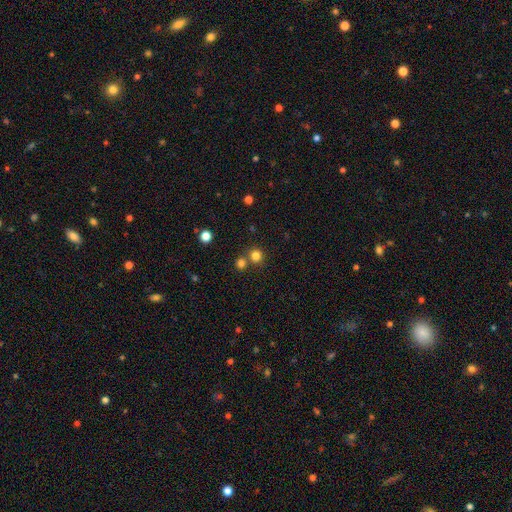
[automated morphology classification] Q: Smooth or featured?
A: smooth (79%); runner-up: star or artifact (16%)
Q: How rounded?
A: round (93%); runner-up: in between (6%)
Q: Merging?
A: none (70%); runner-up: merger (22%)